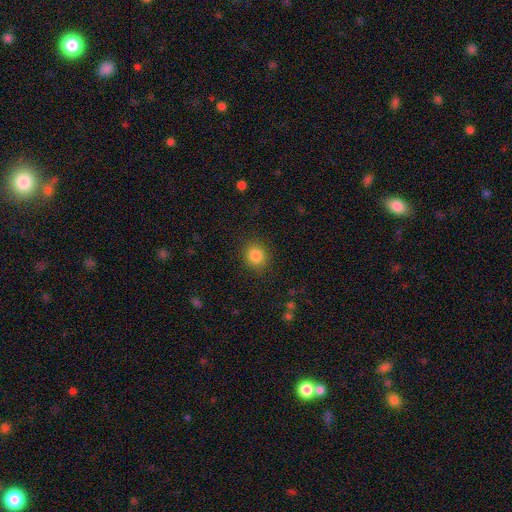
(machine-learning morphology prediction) Smooth or featured? smooth (85%)
How rounded? round (78%)
Merging? none (88%)